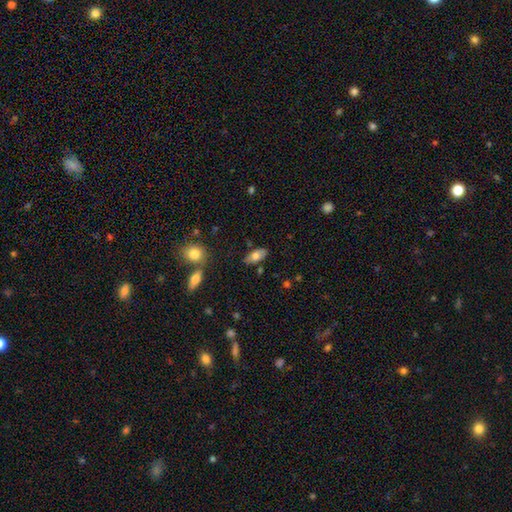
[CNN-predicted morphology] type=smooth (75%); roundness=in between (89%); merging=none (80%).